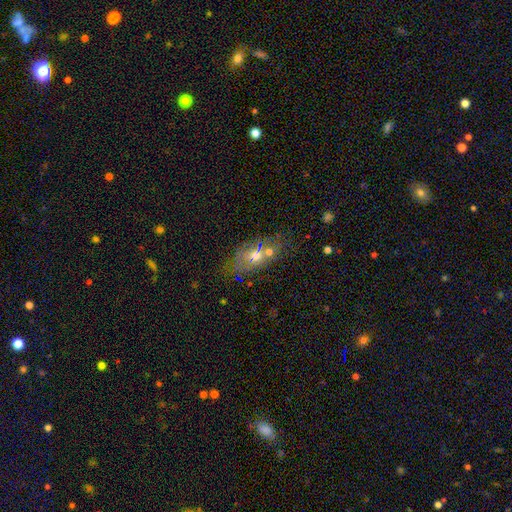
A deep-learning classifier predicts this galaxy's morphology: A smooth galaxy with no disk features (52%) that is in between round and cigar-shaped (75%).

Vote fractions:
- Smooth or featured? smooth: 52% / featured or disk: 34% / star or artifact: 14%
- How rounded? in between: 75% / round: 17% / cigar-shaped: 8%
- Merging? none: 51% / merger: 25% / minor disturbance: 16% / major disturbance: 8%